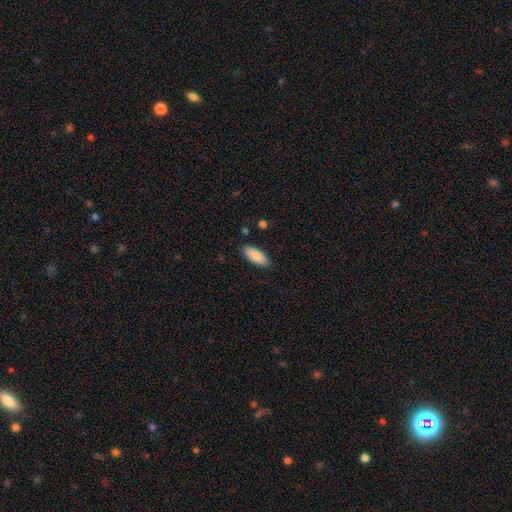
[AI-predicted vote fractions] This is clearly a smooth galaxy (88%). How rounded: clearly in between (81%). Merging: clearly none (87%).